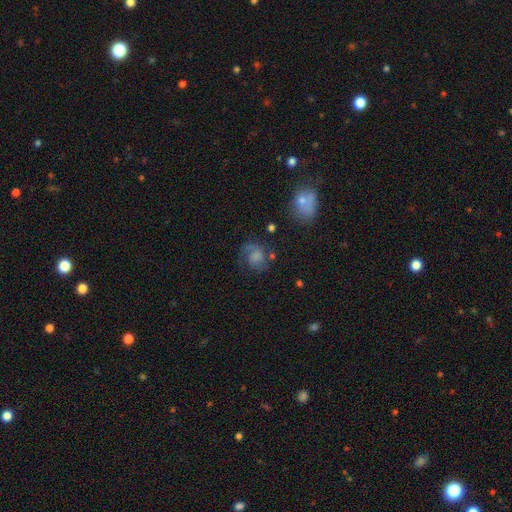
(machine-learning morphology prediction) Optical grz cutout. It shows a featured or disk galaxy (51%). Merging: none (55%).